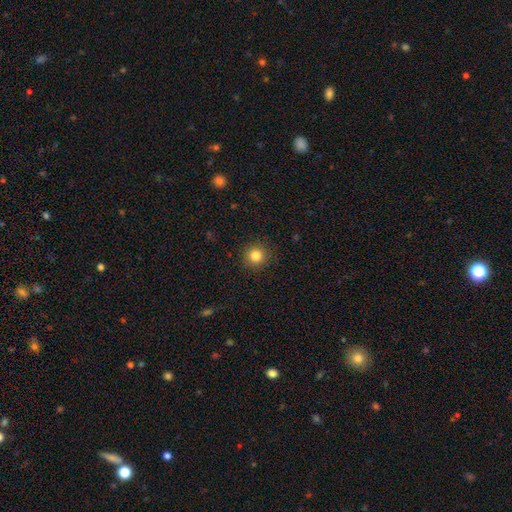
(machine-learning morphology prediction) Smooth or featured: smooth — 83% (star or artifact — 12%)
How rounded: round — 94% (in between — 5%)
Merging: none — 91% (minor disturbance — 6%)